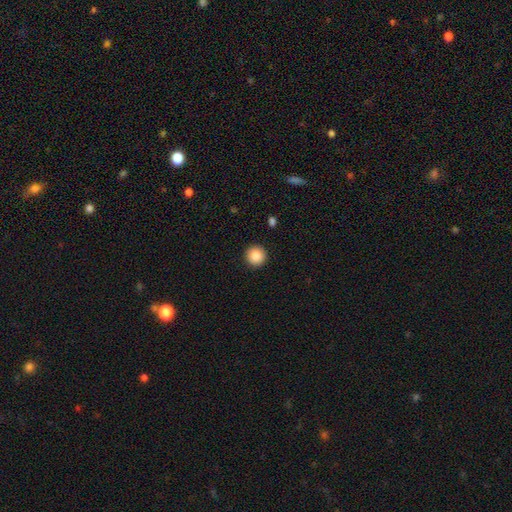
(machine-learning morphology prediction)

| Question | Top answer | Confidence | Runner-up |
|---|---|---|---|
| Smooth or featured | smooth | 87% | star or artifact (9%) |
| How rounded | round | 96% | in between (3%) |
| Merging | none | 93% | minor disturbance (4%) |